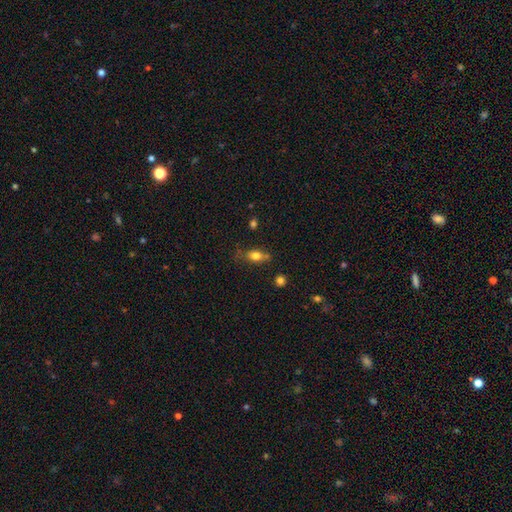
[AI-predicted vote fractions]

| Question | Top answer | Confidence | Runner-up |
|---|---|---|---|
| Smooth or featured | smooth | 77% | featured or disk (14%) |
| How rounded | in between | 78% | round (13%) |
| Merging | none | 60% | minor disturbance (24%) |